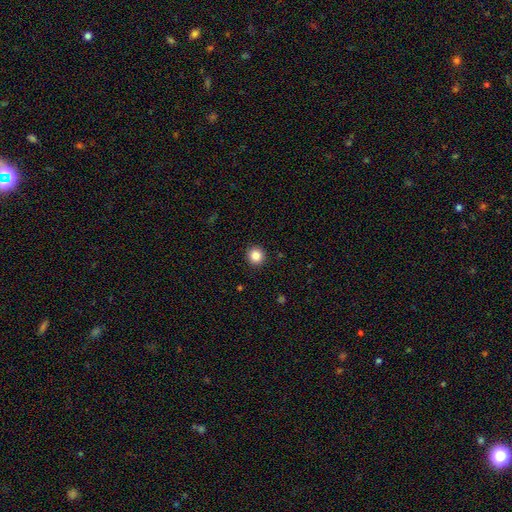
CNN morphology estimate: A smooth galaxy with no disk features (86%) that is round (93%). Merging: none (92%).